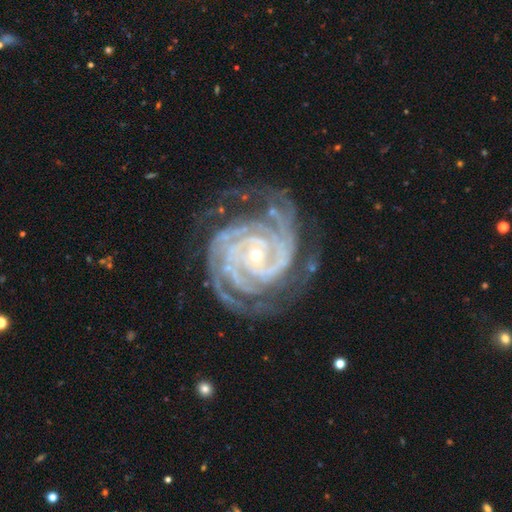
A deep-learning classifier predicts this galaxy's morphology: smooth-or-featured: featured or disk: 94% | star or artifact: 4% | smooth: 2%
  disk-edge-on: no: 98% | yes: 2%
    bar: no: 64% | weak: 22% | strong: 14%
    has-spiral-arms: yes: 99% | no: 1%
      spiral-winding: tight: 78% | medium: 20% | loose: 2%
      spiral-arm-count: 3: 24% (tied) | 2: 24% (tied) | 4: 20% | can't tell: 12% | more than 4: 12% | 1: 8%
    bulge-size: small: 78% | moderate: 19% | large: 1% | none: 1% | dominant: 1%
  merging: none: 72% | minor disturbance: 18% | major disturbance: 9% | merger: 2%